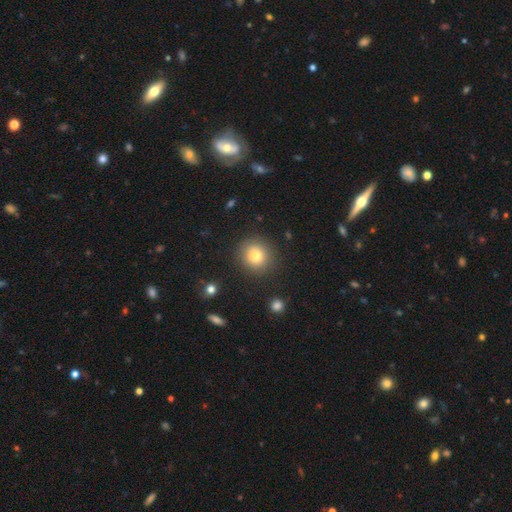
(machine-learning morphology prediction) smooth-or-featured: smooth: 78% | star or artifact: 12% | featured or disk: 10%
  how-rounded: round: 90% | in between: 9% | cigar-shaped: 1%
  merging: none: 88% | minor disturbance: 7% | major disturbance: 3% | merger: 2%